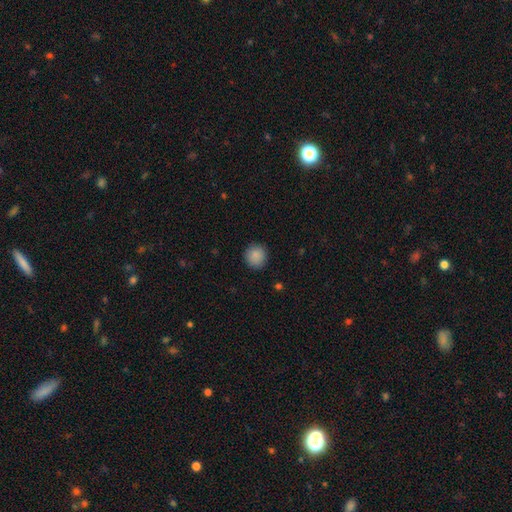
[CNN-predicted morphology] This appears to be a smooth galaxy with no disk features (88%) that is round (93%). Merging: none (90%).